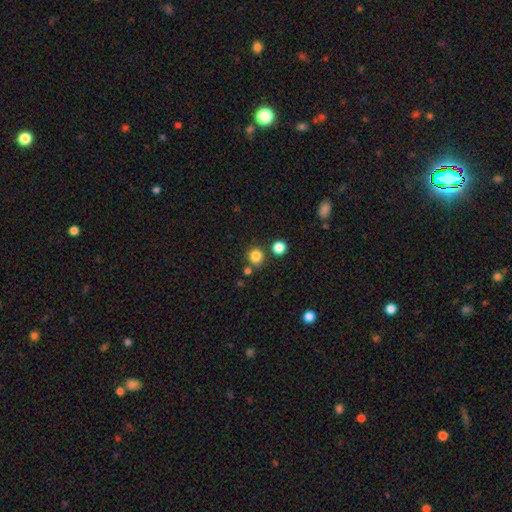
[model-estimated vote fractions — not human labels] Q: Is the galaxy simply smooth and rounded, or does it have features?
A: smooth — 82%.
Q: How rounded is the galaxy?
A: round — 89%.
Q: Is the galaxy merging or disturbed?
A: none — 77%.